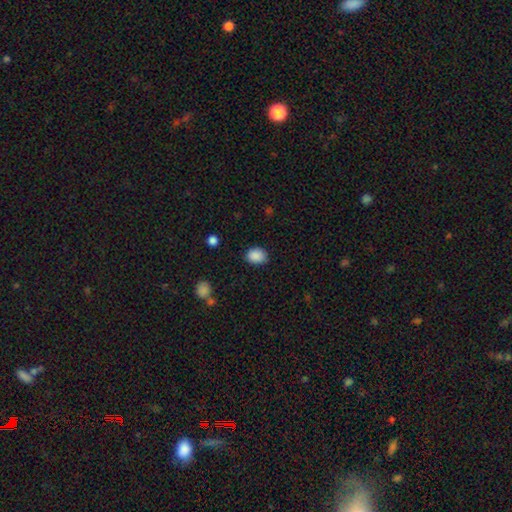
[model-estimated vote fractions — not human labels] smooth_or_featured: smooth (p=0.88) [alt: star or artifact p=0.09]
how_rounded: in between (p=0.54) [alt: round p=0.45]
merging: none (p=0.78) [alt: minor disturbance p=0.17]